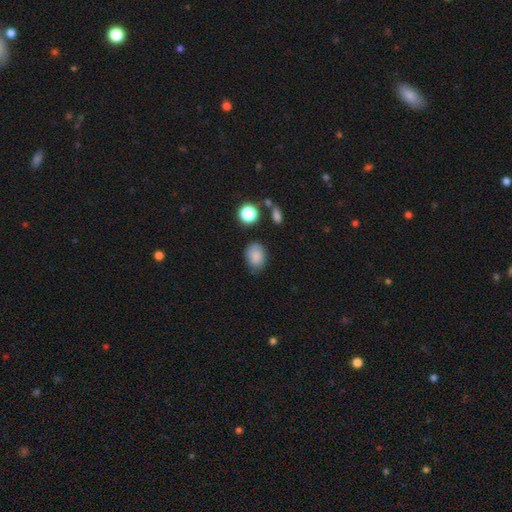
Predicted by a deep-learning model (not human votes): Smooth or featured?
  - smooth: 84% *
  - star or artifact: 10%
  - featured or disk: 6%
How rounded?
  - in between: 69% *
  - round: 29%
  - cigar-shaped: 1%
Merging?
  - none: 74% *
  - minor disturbance: 19%
  - major disturbance: 4%
  - merger: 3%